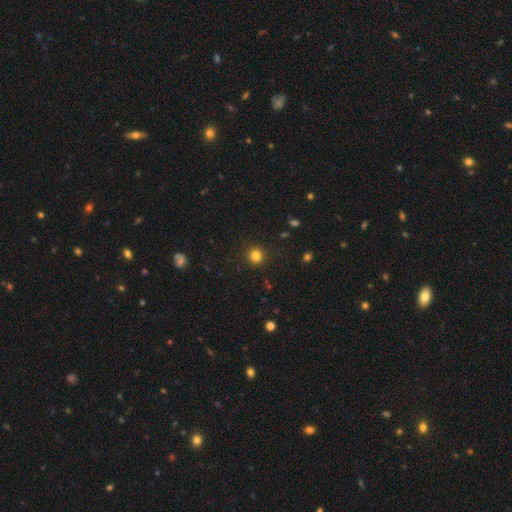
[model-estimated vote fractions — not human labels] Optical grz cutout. It shows a smooth galaxy with no disk features (82%) that is round (93%). Merging: none (91%).